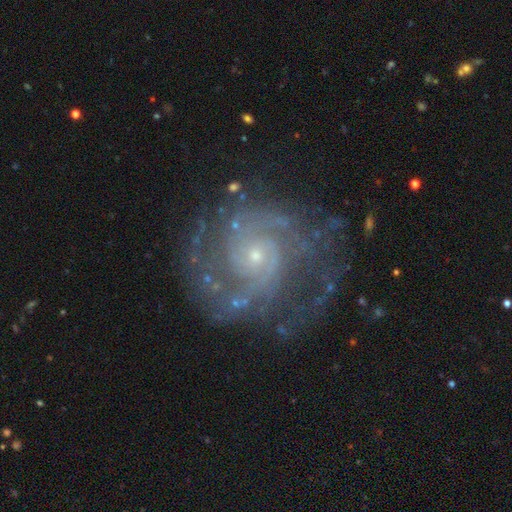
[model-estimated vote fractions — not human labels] The model was most divided on "spiral winding": tight: 54%, medium: 38%, loose: 7%. More confident: edge-on disk — no (98%); spiral arms — yes (97%); smooth or featured — featured or disk (89%); bulge size — small (79%); bar — no (74%); merging — none (73%); spiral arm count — 2 (56%).